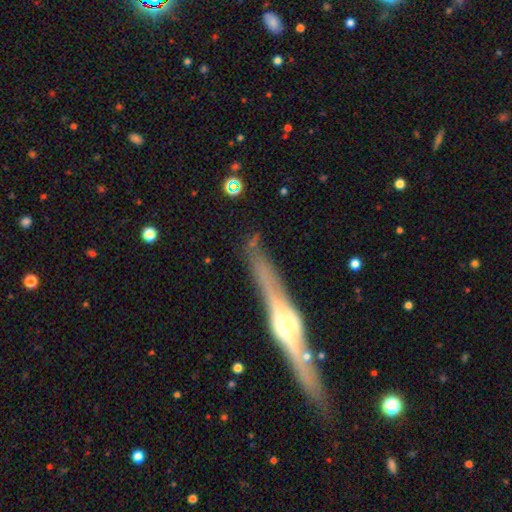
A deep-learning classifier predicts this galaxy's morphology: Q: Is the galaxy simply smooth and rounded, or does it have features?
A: featured or disk — 84%.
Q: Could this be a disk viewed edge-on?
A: yes — 97%.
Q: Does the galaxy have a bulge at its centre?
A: rounded — 81%.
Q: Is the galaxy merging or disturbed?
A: none — 84%.